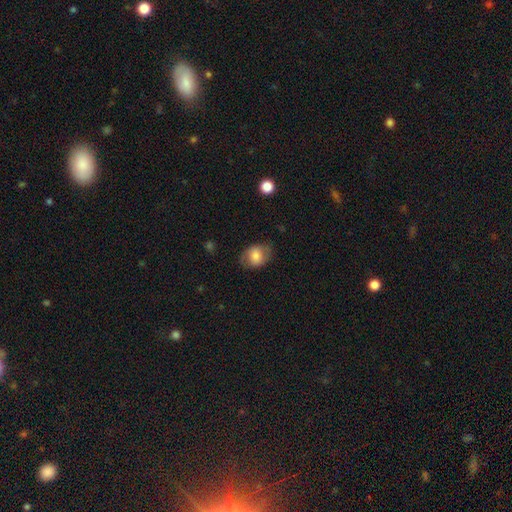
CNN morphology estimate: Smooth or featured? Predicted: smooth (p=0.64). How rounded? Predicted: in between (p=0.60). Merging? Predicted: none (p=0.72).